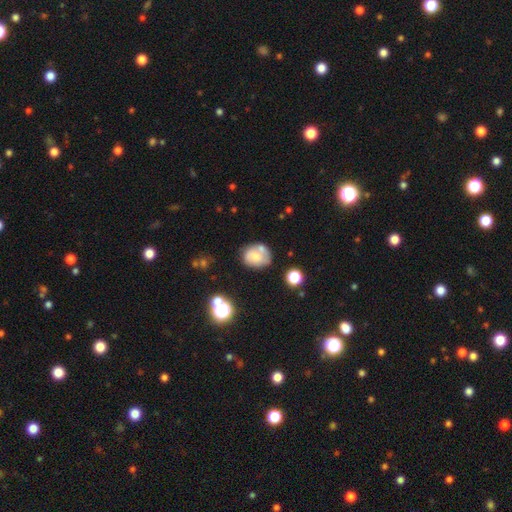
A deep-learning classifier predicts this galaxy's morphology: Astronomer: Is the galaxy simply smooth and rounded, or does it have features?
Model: smooth — 63%.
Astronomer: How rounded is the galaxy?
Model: round — 60% (runner-up: in between, 39%).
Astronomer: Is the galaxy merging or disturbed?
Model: none — 51%.